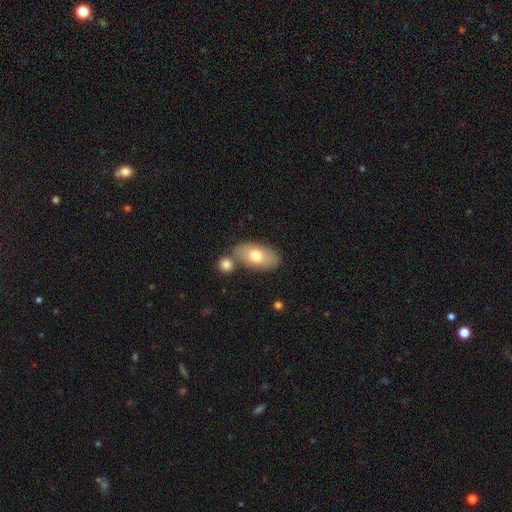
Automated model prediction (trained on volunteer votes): A smooth galaxy with no disk features (72%) that is in between round and cigar-shaped (92%).

Vote fractions:
- Smooth or featured? smooth: 72% / featured or disk: 22% / star or artifact: 6%
- How rounded? in between: 92% / round: 6% / cigar-shaped: 2%
- Merging? none: 62% / merger: 22% / minor disturbance: 12% / major disturbance: 3%